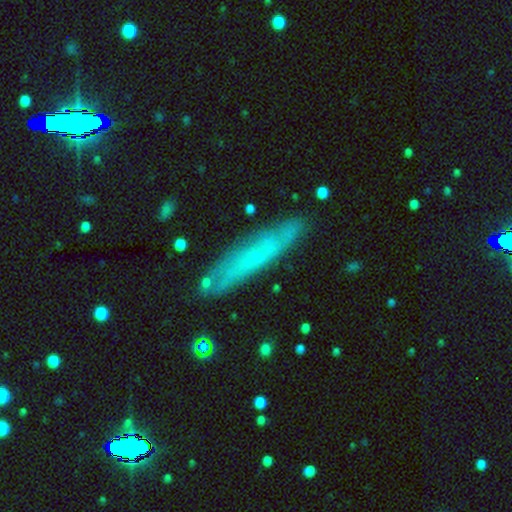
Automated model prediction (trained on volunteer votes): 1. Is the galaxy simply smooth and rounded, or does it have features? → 49% smooth, 42% featured or disk, 8% star or artifact.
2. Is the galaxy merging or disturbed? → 83% none, 13% minor disturbance, 3% major disturbance, 2% merger.